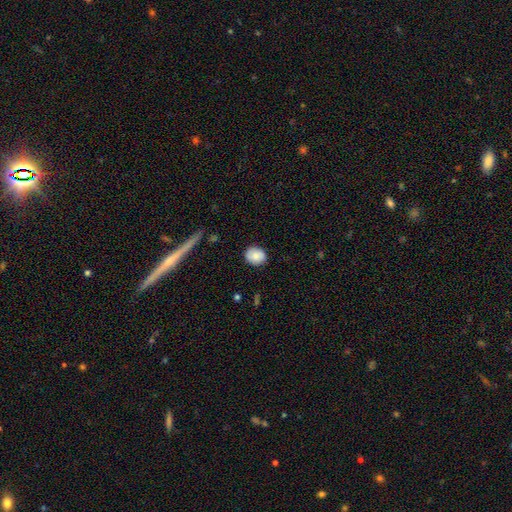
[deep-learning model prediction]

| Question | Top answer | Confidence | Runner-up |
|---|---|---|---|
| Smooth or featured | smooth | 78% | featured or disk (14%) |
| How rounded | round | 66% | in between (33%) |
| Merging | none | 84% | minor disturbance (13%) |